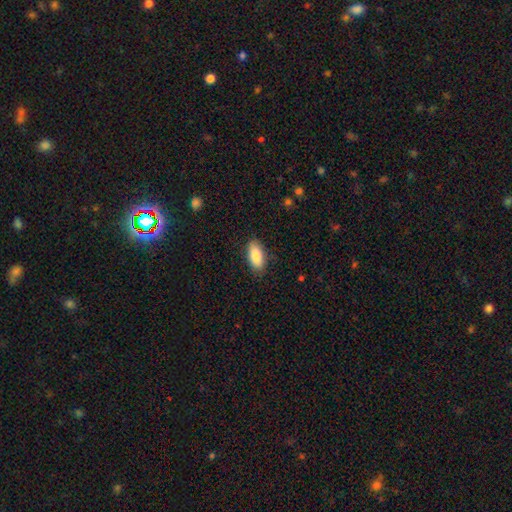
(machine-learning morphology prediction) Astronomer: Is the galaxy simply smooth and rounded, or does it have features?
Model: smooth — 87%.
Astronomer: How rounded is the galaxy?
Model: in between — 90%.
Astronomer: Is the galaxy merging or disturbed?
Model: none — 86%.